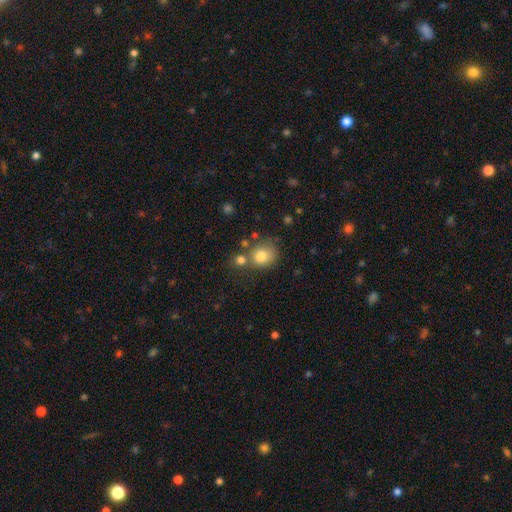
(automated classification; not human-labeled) A smooth galaxy with no disk features (67%) that is round (78%). Merging: none (65%).